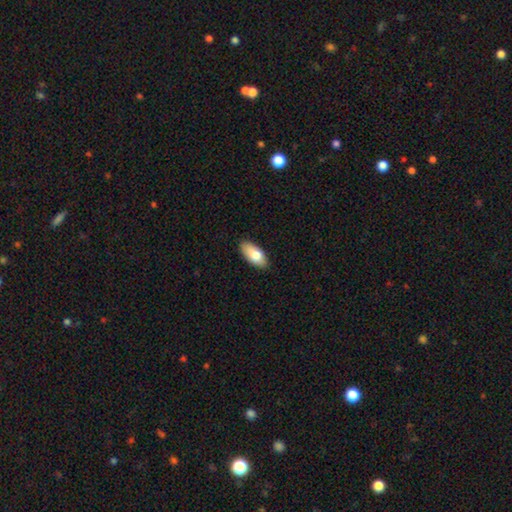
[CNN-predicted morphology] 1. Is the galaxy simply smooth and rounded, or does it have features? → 81% smooth, 13% featured or disk, 6% star or artifact.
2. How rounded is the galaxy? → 90% in between, 8% cigar-shaped, 2% round.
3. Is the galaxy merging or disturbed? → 85% none, 12% minor disturbance, 2% major disturbance, 1% merger.